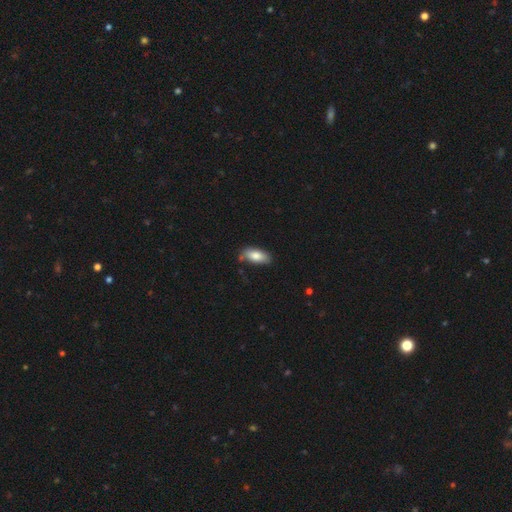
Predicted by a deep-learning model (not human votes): This is clearly a smooth galaxy (81%). How rounded: clearly in between (87%). Merging: likely none (69%).